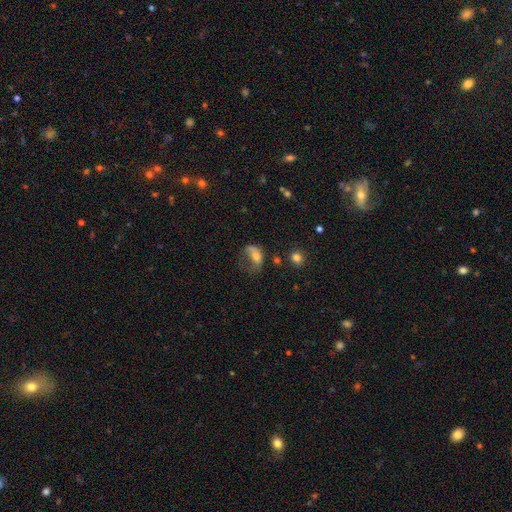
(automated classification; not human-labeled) Morphology: type=smooth (56%); roundness=in between (76%); merging=major disturbance (55%).